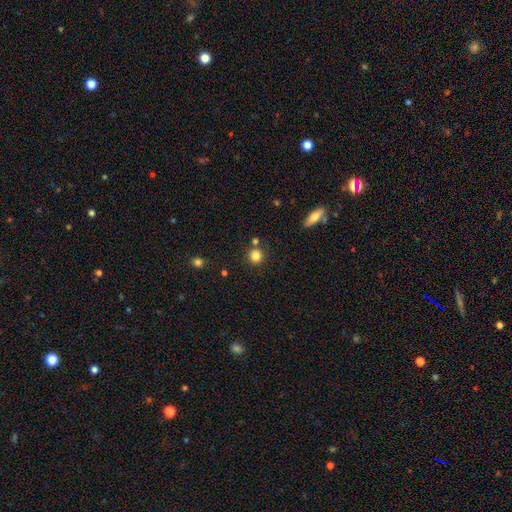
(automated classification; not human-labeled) smooth_or_featured: smooth (p=0.82) [alt: star or artifact p=0.12]
how_rounded: round (p=0.90) [alt: in between p=0.09]
merging: none (p=0.78) [alt: merger p=0.10]